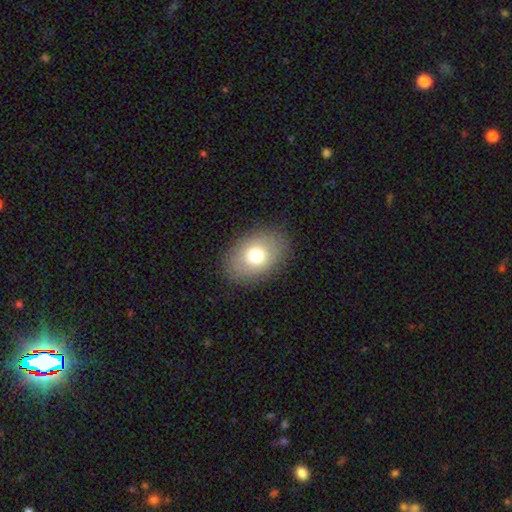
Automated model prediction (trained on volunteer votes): Smooth or featured: smooth — 72% (featured or disk — 18%)
How rounded: in between — 75% (round — 24%)
Merging: none — 86% (minor disturbance — 10%)